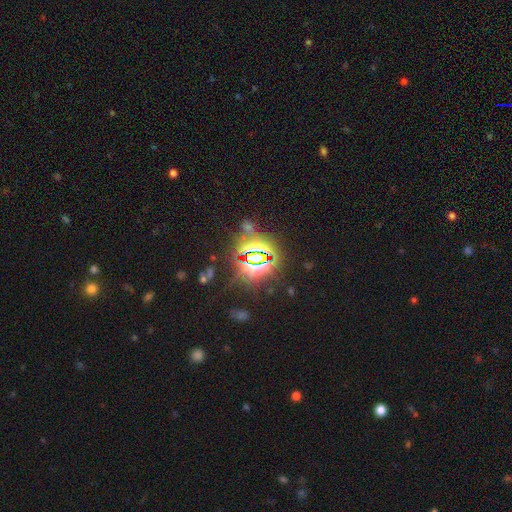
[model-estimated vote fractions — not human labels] star or artifact 81%, smooth 11%, featured or disk 8%.